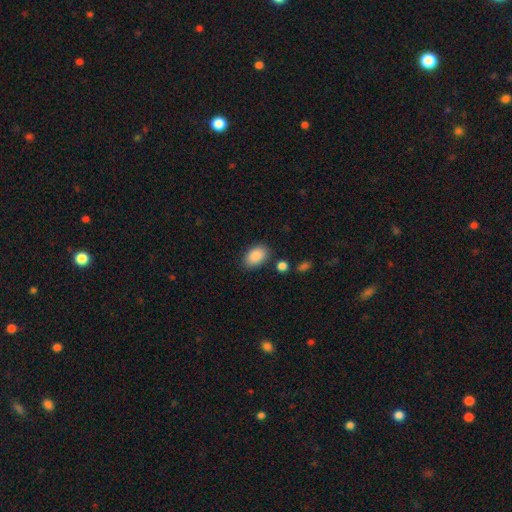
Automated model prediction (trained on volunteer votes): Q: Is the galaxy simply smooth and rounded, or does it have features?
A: smooth — 89%.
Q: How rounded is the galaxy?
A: in between — 89%.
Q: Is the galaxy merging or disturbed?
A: none — 82%.